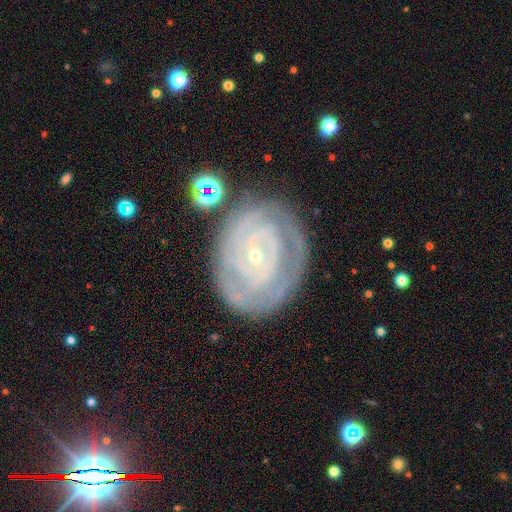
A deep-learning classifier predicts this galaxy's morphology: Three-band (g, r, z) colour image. It shows a featured or disk galaxy (84%) with no bar (68%), tight (82%) spiral arms (91%) and a small central bulge (84%). Merging: none (74%).